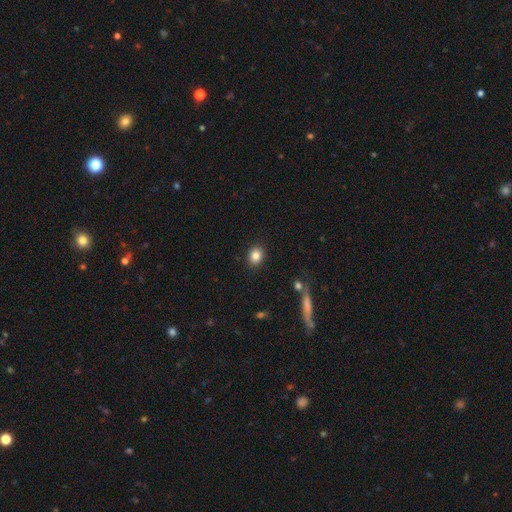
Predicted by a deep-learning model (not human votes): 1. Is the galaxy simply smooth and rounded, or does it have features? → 85% smooth, 10% star or artifact, 5% featured or disk.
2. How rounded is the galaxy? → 61% round, 38% in between, 1% cigar-shaped.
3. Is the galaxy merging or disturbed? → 89% none, 7% minor disturbance, 2% major disturbance, 1% merger.